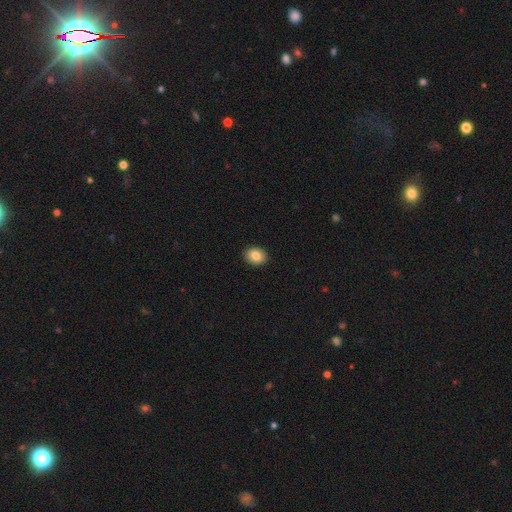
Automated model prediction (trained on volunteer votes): A smooth galaxy with no disk features (85%) that is in between round and cigar-shaped (60%).

Vote fractions:
- Smooth or featured? smooth: 85% / star or artifact: 8% / featured or disk: 7%
- How rounded? in between: 60% / round: 39% / cigar-shaped: 1%
- Merging? none: 91% / minor disturbance: 6% / major disturbance: 2% / merger: 1%